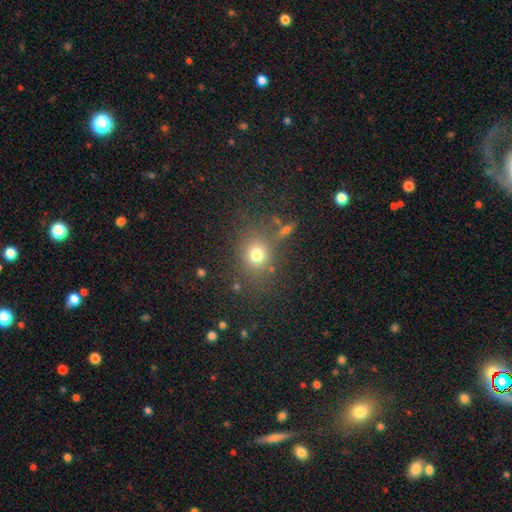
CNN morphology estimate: This appears to be a smooth galaxy with no disk features (73%) that is round (72%). Merging: none (76%).